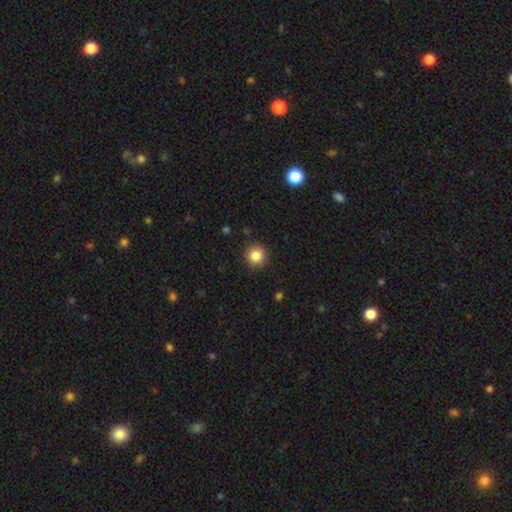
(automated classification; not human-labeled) Smooth or featured: smooth — 84% (star or artifact — 11%)
How rounded: round — 94% (in between — 5%)
Merging: none — 90% (minor disturbance — 7%)